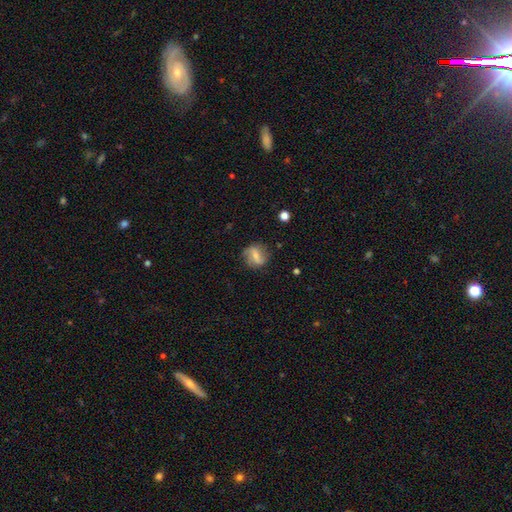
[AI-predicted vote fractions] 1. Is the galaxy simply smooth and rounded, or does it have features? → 51% featured or disk, 40% smooth, 9% star or artifact.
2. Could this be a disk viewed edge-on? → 94% no, 6% yes.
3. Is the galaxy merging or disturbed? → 73% none, 18% minor disturbance, 7% major disturbance, 2% merger.